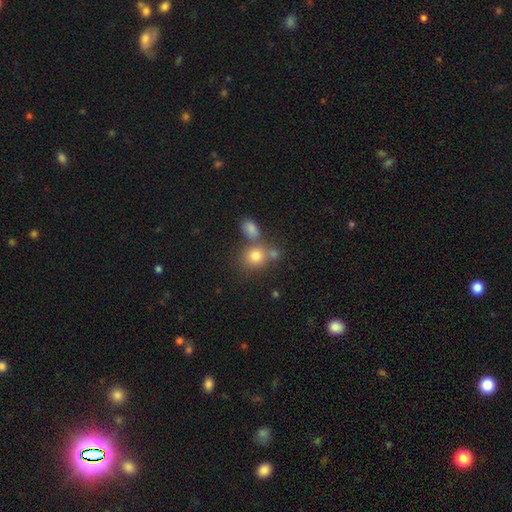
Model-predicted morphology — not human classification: Q: Smooth or featured?
A: smooth (78%); runner-up: star or artifact (12%)
Q: How rounded?
A: round (75%); runner-up: in between (24%)
Q: Merging?
A: none (53%); runner-up: merger (31%)